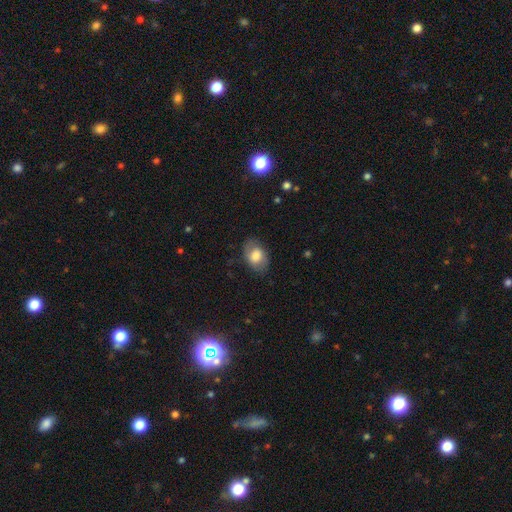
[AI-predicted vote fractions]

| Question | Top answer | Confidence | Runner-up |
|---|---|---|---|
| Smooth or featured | smooth | 74% | featured or disk (19%) |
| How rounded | in between | 84% | round (15%) |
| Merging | none | 78% | minor disturbance (16%) |